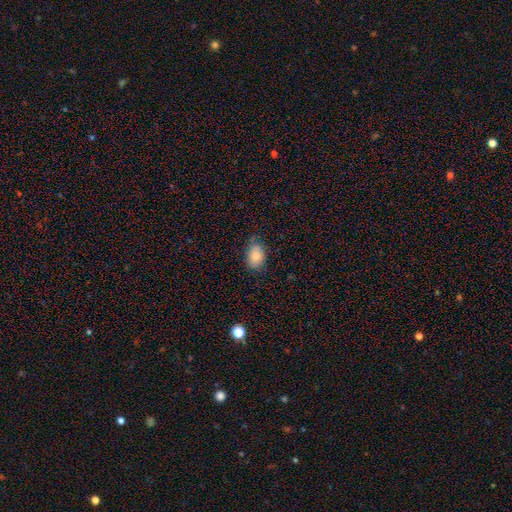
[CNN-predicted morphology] A smooth galaxy with no disk features (86%) that is in between round and cigar-shaped (77%).

Vote fractions:
- Smooth or featured? smooth: 86% / star or artifact: 8% / featured or disk: 6%
- How rounded? in between: 77% / round: 22% / cigar-shaped: 1%
- Merging? none: 70% / minor disturbance: 24% / major disturbance: 4% / merger: 1%